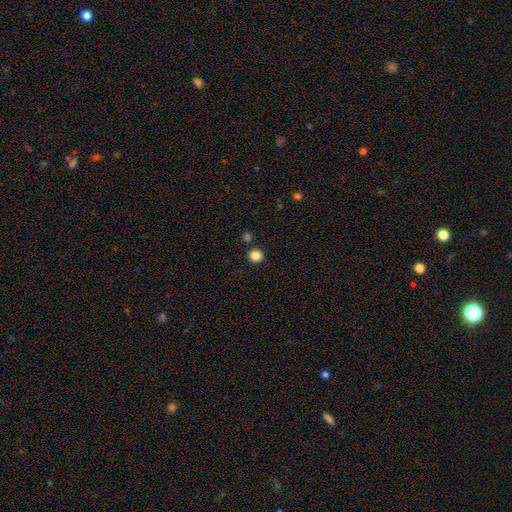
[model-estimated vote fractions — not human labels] Q: Smooth or featured?
A: smooth (85%); runner-up: star or artifact (11%)
Q: How rounded?
A: round (89%); runner-up: in between (10%)
Q: Merging?
A: none (88%); runner-up: minor disturbance (6%)